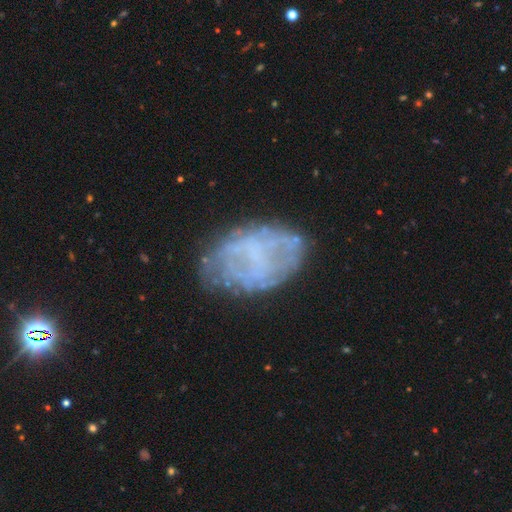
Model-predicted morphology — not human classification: featured or disk 60%, smooth 29%, star or artifact 10%. Down the decision tree: edge-on disk — no (97%); bar — no (74%); spiral arms — no (66%); bulge size — none (72%); merging — none (65%).